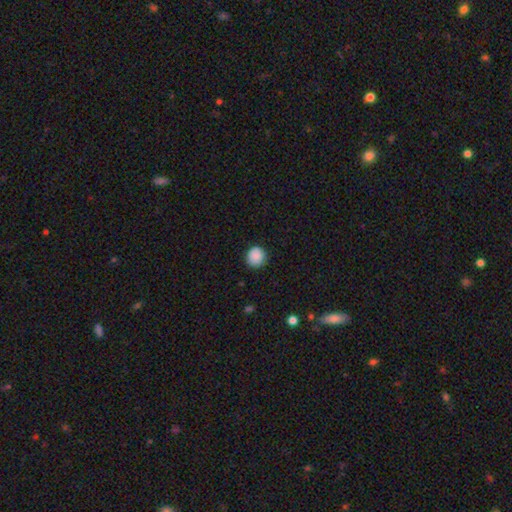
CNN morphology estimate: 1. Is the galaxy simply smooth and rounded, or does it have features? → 88% smooth, 8% star or artifact, 3% featured or disk.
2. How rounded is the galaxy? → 91% round, 8% in between, 1% cigar-shaped.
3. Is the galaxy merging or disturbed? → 88% none, 9% minor disturbance, 2% major disturbance, 1% merger.